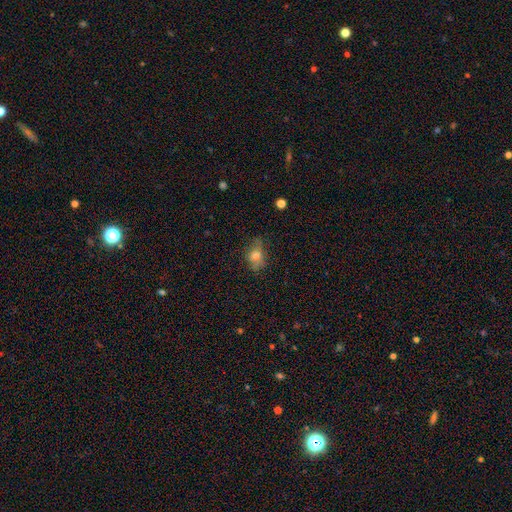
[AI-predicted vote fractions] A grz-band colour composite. It shows a smooth galaxy with no disk features (70%) that is in between round and cigar-shaped (66%). Merging: none (65%).